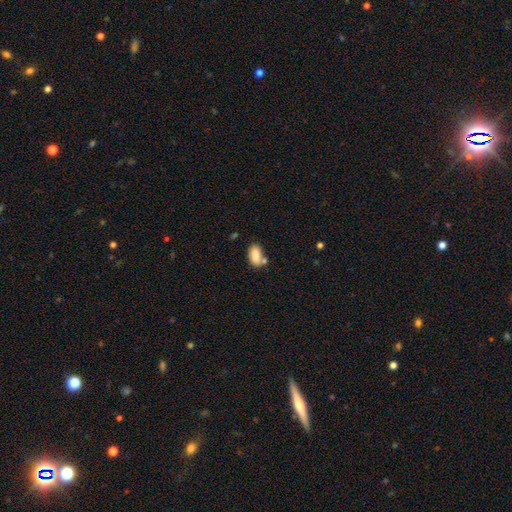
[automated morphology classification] type=smooth (83%); roundness=in between (91%); merging=none (50%).